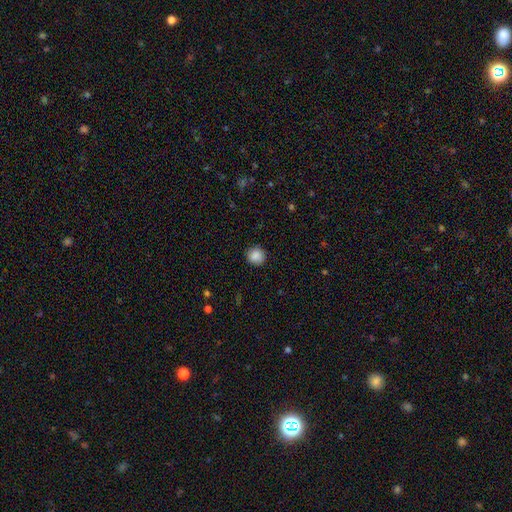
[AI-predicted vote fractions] smooth_or_featured: smooth (p=0.88) [alt: star or artifact p=0.09]
how_rounded: round (p=0.89) [alt: in between p=0.10]
merging: none (p=0.90) [alt: minor disturbance p=0.07]